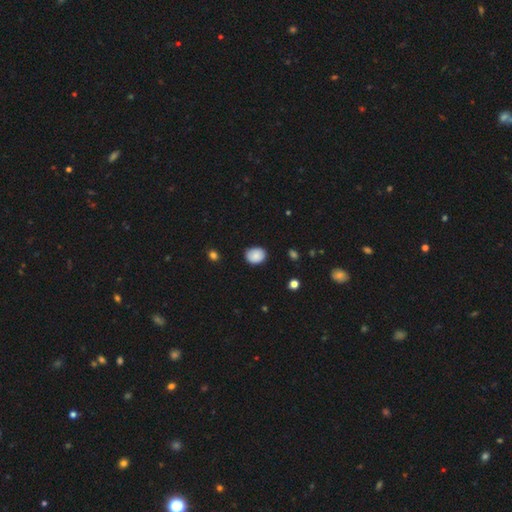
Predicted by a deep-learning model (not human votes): smooth_or_featured: smooth (p=0.86) [alt: star or artifact p=0.08]
how_rounded: in between (p=0.50) [alt: round p=0.49]
merging: none (p=0.82) [alt: minor disturbance p=0.15]